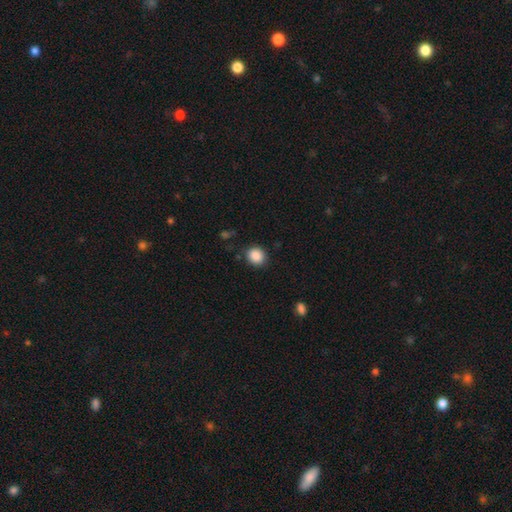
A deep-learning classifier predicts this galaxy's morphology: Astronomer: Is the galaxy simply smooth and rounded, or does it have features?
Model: smooth — 88%.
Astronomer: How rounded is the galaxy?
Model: round — 82%.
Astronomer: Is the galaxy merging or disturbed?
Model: none — 86%.